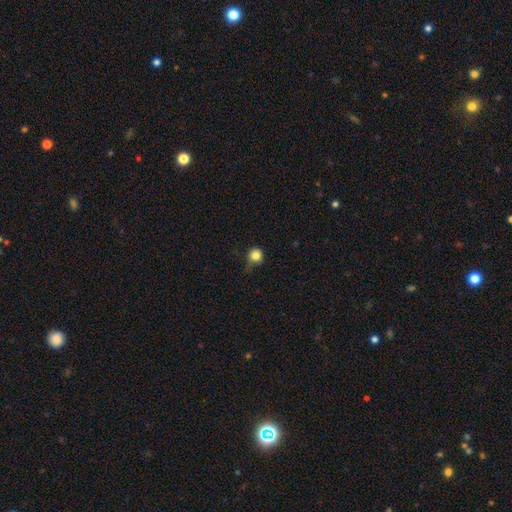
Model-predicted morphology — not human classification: Smooth or featured? smooth (82%)
How rounded? round (91%)
Merging? none (61%)